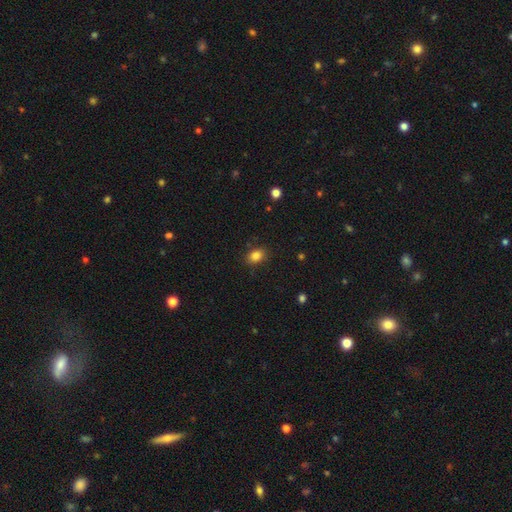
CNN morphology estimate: smooth-or-featured: smooth: 84% | star or artifact: 11% | featured or disk: 5%
  how-rounded: in between: 66% | round: 33% | cigar-shaped: 1%
  merging: none: 85% | minor disturbance: 11% | major disturbance: 3% | merger: 1%